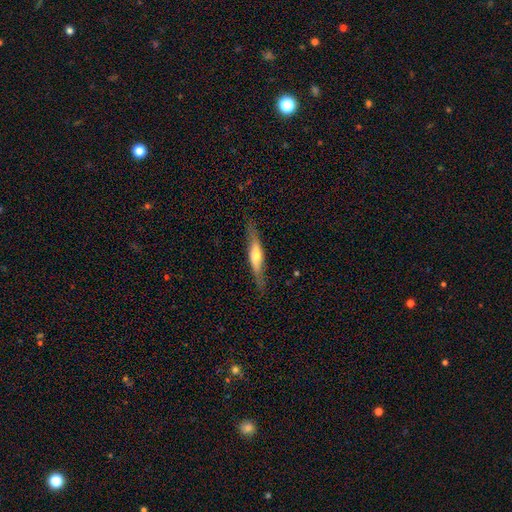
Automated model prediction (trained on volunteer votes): This is possibly a featured or disk galaxy (57%). It is clearly viewed edge-on (85%). Merging: likely none (79%).